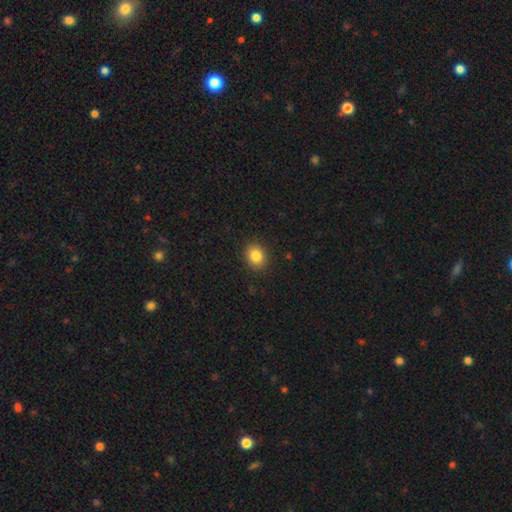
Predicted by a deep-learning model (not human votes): This is clearly a smooth galaxy (85%). How rounded: possibly round (59%). Merging: clearly none (89%).